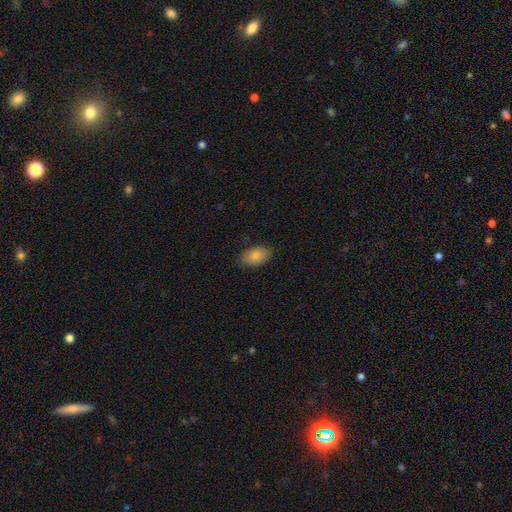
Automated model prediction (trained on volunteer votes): A smooth galaxy with no disk features (82%) that is in between round and cigar-shaped (93%). Merging: none (85%).